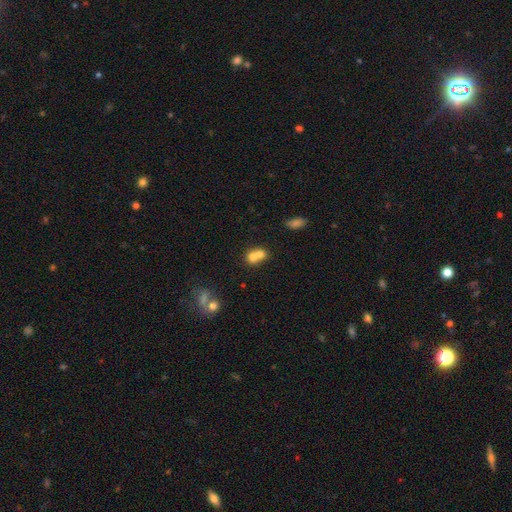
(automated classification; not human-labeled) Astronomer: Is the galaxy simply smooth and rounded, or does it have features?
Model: smooth — 70%.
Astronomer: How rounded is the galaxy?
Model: round — 65%.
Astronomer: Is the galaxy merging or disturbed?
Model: merger — 68%.